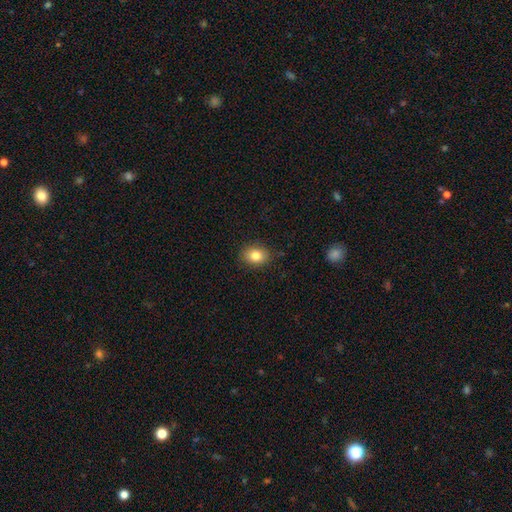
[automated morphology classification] A smooth galaxy with no disk features (82%) that is in between round and cigar-shaped (58%).

Vote fractions:
- Smooth or featured? smooth: 82% / star or artifact: 10% / featured or disk: 8%
- How rounded? in between: 58% / round: 41% / cigar-shaped: 1%
- Merging? none: 86% / minor disturbance: 11% / major disturbance: 2% / merger: 1%